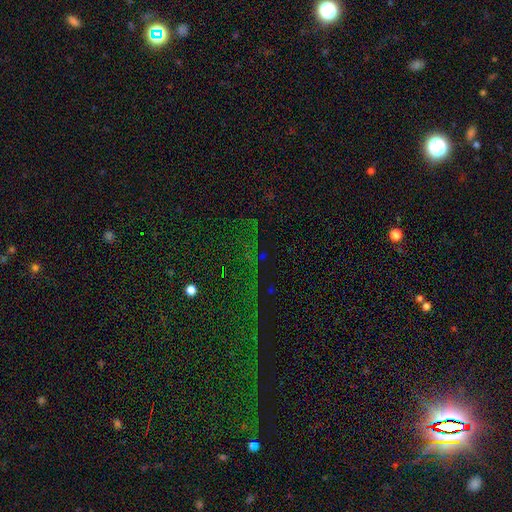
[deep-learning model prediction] Smooth or featured? star or artifact (81%)